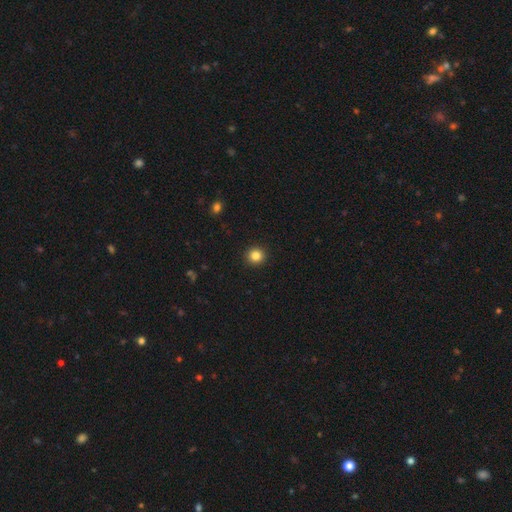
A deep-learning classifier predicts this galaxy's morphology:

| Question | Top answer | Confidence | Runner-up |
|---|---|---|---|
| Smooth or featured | smooth | 84% | star or artifact (11%) |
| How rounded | round | 93% | in between (6%) |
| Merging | none | 93% | minor disturbance (4%) |